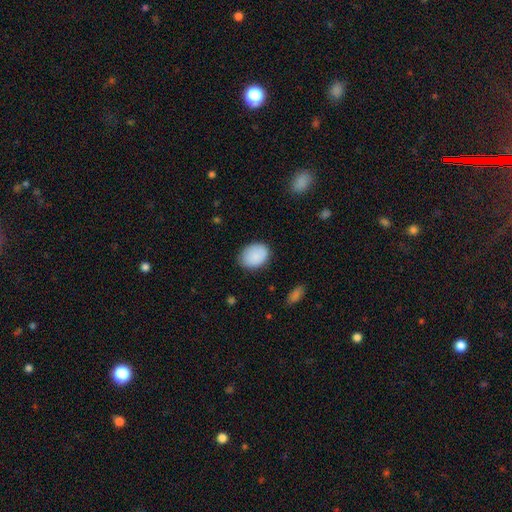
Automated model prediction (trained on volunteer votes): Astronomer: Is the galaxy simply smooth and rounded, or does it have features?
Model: smooth — 88%.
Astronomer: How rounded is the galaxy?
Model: in between — 69%.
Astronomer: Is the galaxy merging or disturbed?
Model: none — 78%.